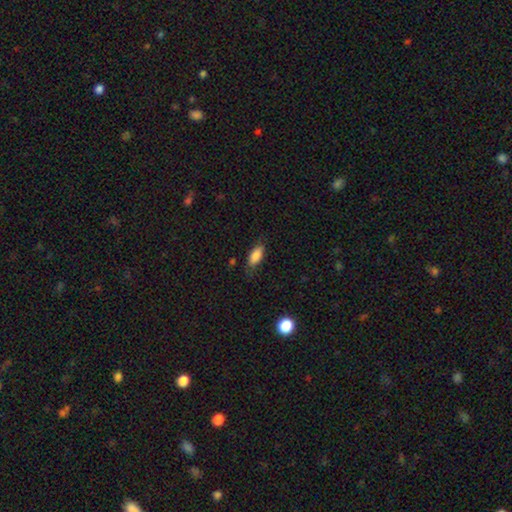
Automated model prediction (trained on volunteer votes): The model was most divided on "merging": none: 75%, minor disturbance: 19%, major disturbance: 5%, merger: 1%. More confident: smooth or featured — smooth (86%); how rounded — in between (84%).